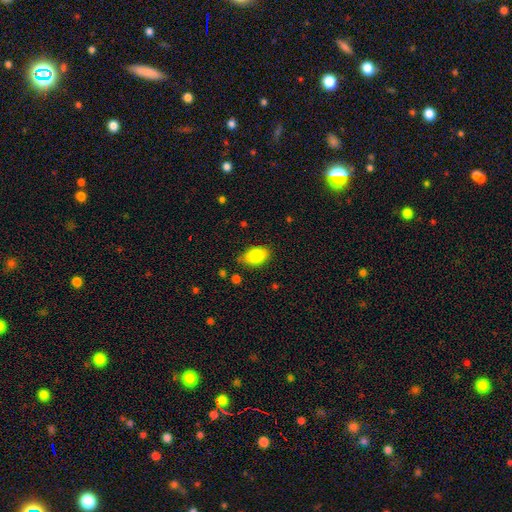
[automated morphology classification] Smooth or featured? Predicted: smooth (p=0.85). How rounded? Predicted: in between (p=0.90). Merging? Predicted: none (p=0.80).